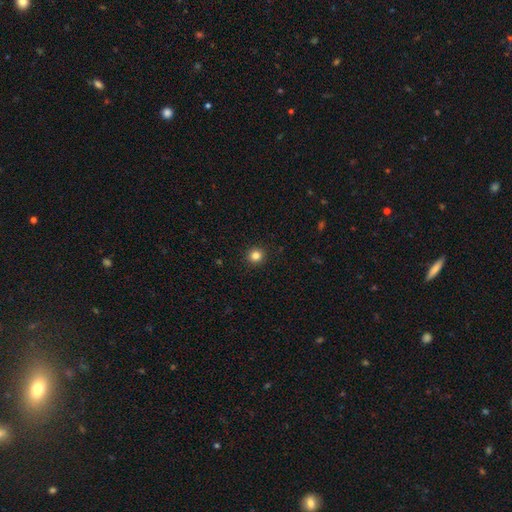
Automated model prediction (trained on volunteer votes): Overall: smooth (83%). How rounded: round (94%). Merging: none (93%).